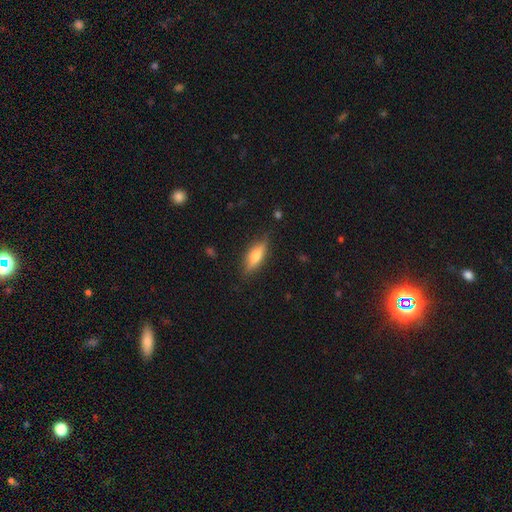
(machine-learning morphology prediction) Smooth or featured? smooth (53%)
How rounded? cigar-shaped (54%)
Merging? none (82%)